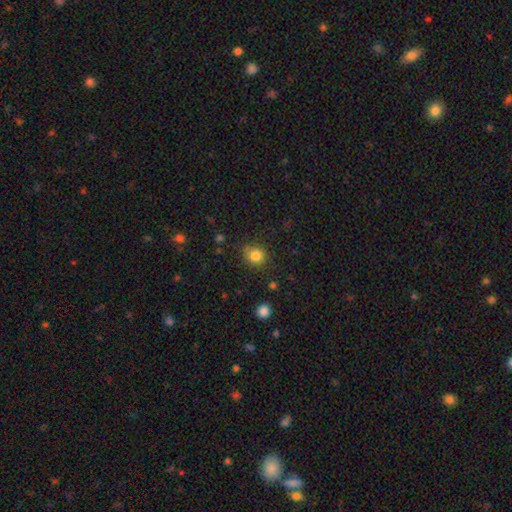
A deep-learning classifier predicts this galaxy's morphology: The model was most divided on "merging": none: 81%, minor disturbance: 12%, major disturbance: 4%, merger: 3%. More confident: how rounded — round (89%); smooth or featured — smooth (83%).